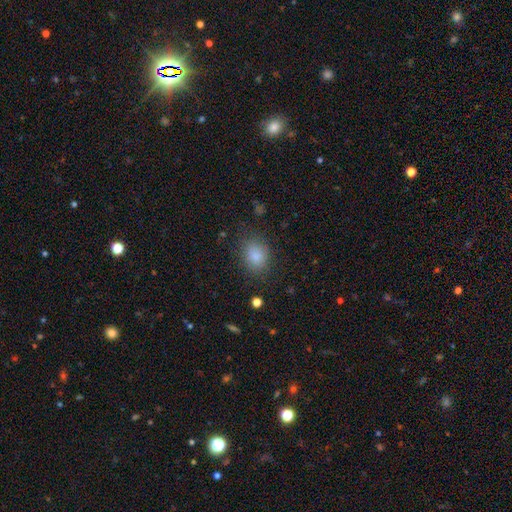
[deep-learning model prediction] A smooth galaxy with no disk features (84%) that is in between round and cigar-shaped (51%).

Vote fractions:
- Smooth or featured? smooth: 84% / star or artifact: 10% / featured or disk: 6%
- How rounded? in between: 51% / round: 47% / cigar-shaped: 1%
- Merging? none: 78% / minor disturbance: 15% / major disturbance: 6% / merger: 2%